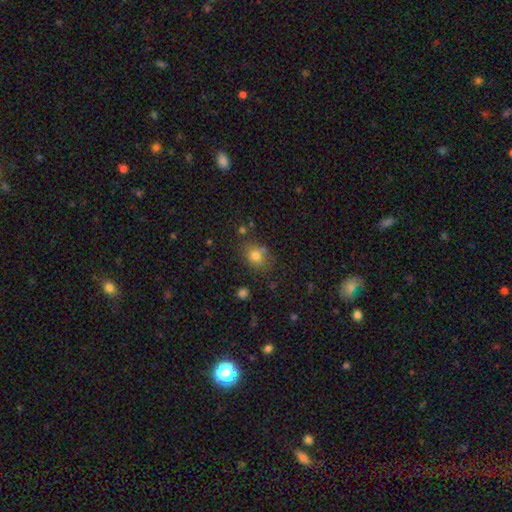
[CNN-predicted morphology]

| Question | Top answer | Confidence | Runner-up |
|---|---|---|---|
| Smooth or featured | smooth | 78% | star or artifact (13%) |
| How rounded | round | 53% | in between (46%) |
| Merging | none | 71% | minor disturbance (17%) |